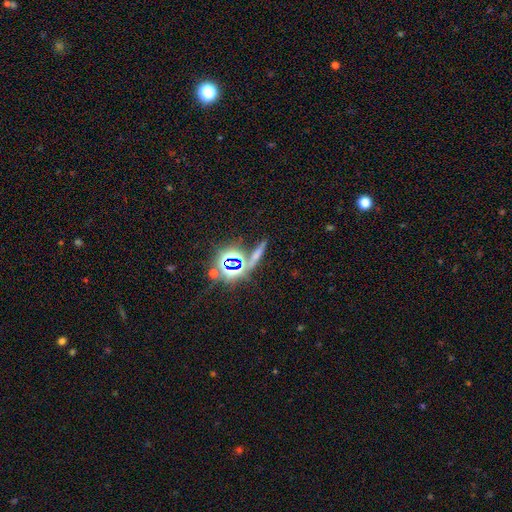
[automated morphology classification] A star or artifact, not a galaxy (41%).

Vote fractions:
- Smooth or featured? star or artifact: 41% / smooth: 40% / featured or disk: 19%